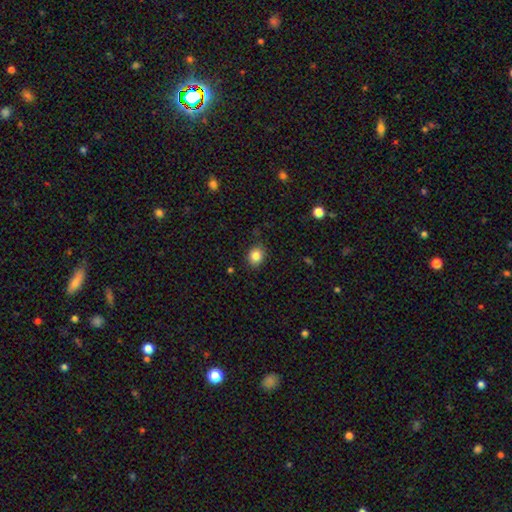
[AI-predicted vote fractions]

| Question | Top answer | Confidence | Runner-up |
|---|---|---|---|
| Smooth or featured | smooth | 84% | star or artifact (10%) |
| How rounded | round | 61% | in between (38%) |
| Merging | none | 85% | minor disturbance (11%) |